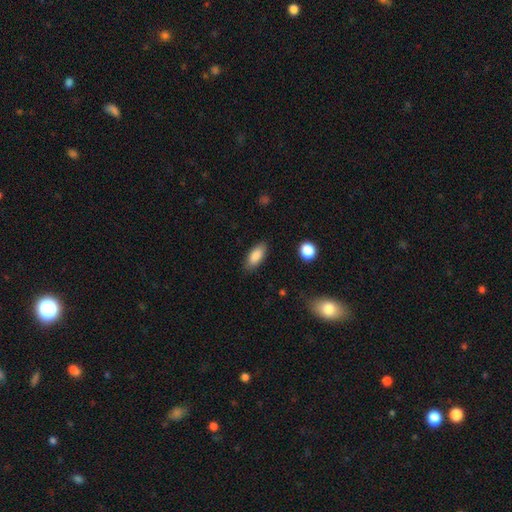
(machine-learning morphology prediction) This is clearly a smooth galaxy (86%). How rounded: clearly in between (85%). Merging: clearly none (84%).